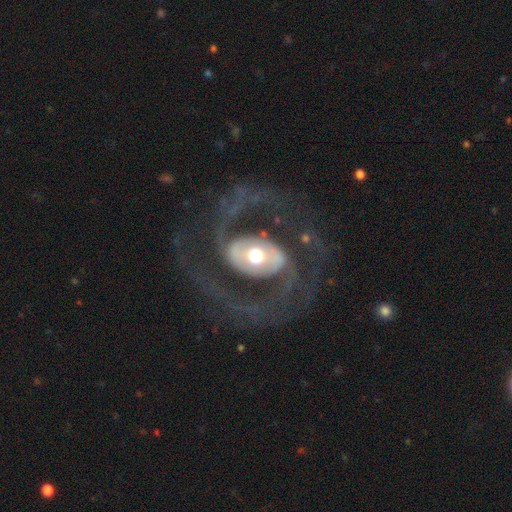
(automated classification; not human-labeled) Q: Smooth or featured?
A: featured or disk (83%); runner-up: smooth (12%)
Q: Edge-on disk?
A: no (96%); runner-up: yes (4%)
Q: Bar?
A: no (55%); runner-up: weak (24%)
Q: Spiral arms?
A: yes (83%); runner-up: no (17%)
Q: Spiral winding?
A: loose (43%); runner-up: medium (40%)
Q: Spiral arm count?
A: 2 (89%); runner-up: can't tell (4%)
Q: Bulge size?
A: moderate (66%); runner-up: large (24%)
Q: Merging?
A: none (63%); runner-up: major disturbance (22%)